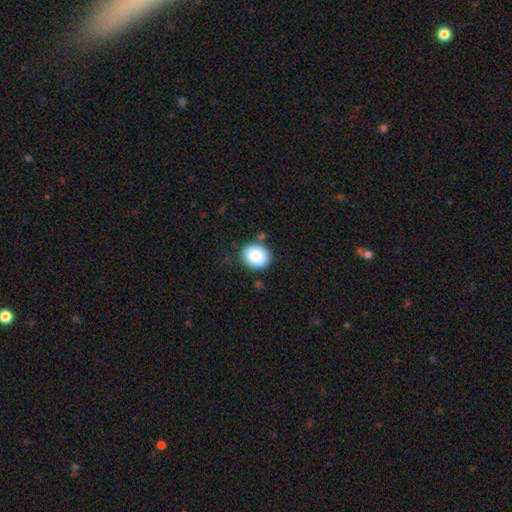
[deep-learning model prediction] Smooth or featured? smooth (85%)
How rounded? round (56%)
Merging? none (77%)